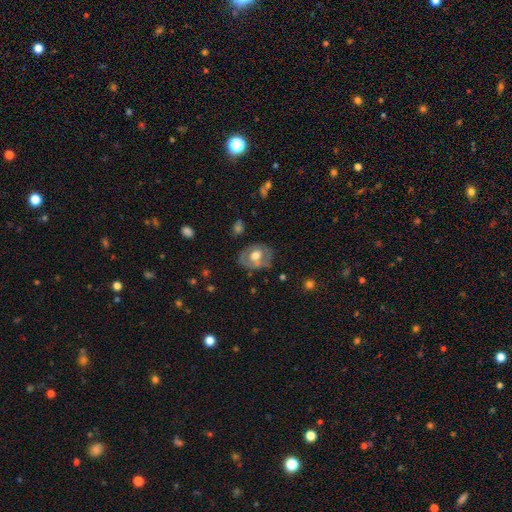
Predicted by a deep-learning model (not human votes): smooth-or-featured: featured or disk: 48% | smooth: 45% | star or artifact: 7%
  merging: none: 69% | minor disturbance: 21% | major disturbance: 8% | merger: 2%